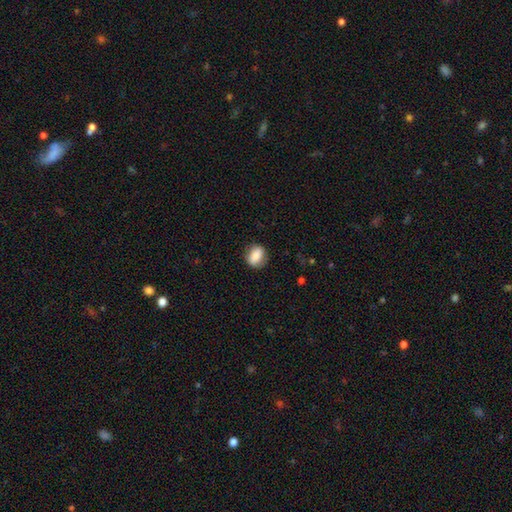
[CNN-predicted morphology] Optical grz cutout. It shows a smooth galaxy with no disk features (82%) that is in between round and cigar-shaped (60%). Merging: none (79%).